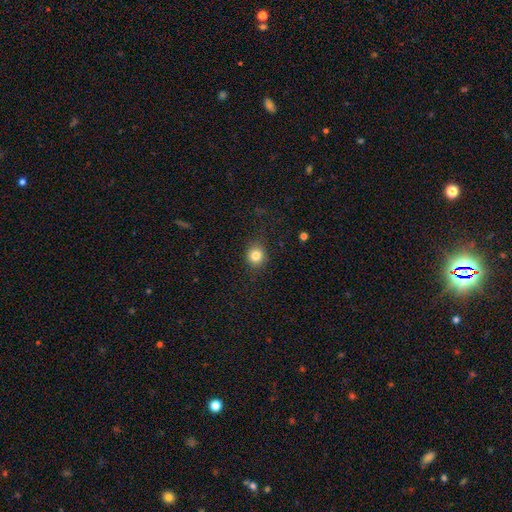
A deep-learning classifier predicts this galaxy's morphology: Overall: smooth (83%). How rounded: round (82%). Merging: none (85%).